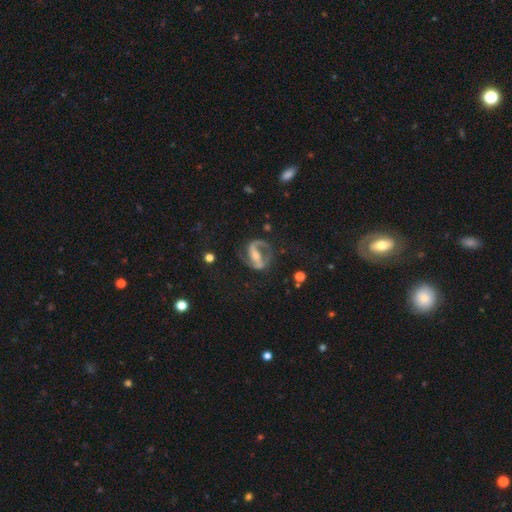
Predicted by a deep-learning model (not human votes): The model was most divided on "bulge size": moderate: 46%, small: 37%, large: 8%, none: 7%, dominant: 2%. More confident: edge-on disk — no (96%); spiral arms — yes (91%); smooth or featured — featured or disk (84%); spiral arm count — 2 (80%); merging — none (60%); bar — strong (57%); spiral winding — medium (52%).